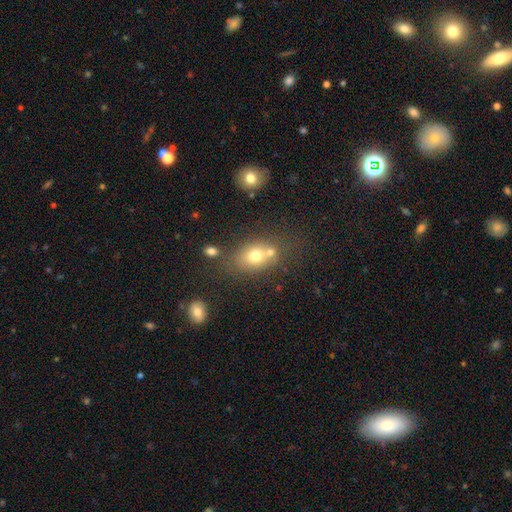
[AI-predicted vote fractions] This is likely a smooth galaxy (70%). How rounded: likely in between (62%). Merging: possibly none (51%).